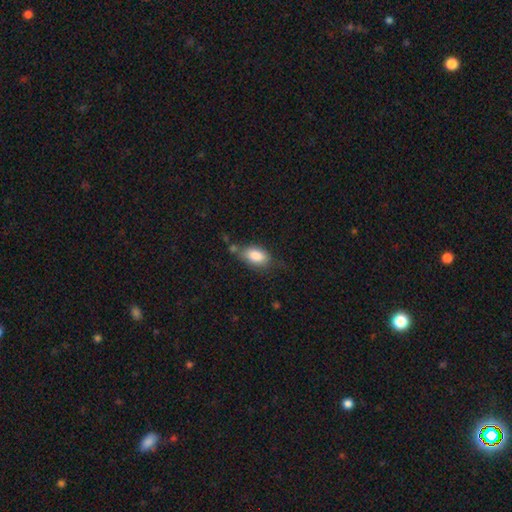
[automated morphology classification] Smooth or featured? Predicted: smooth (p=0.84). How rounded? Predicted: in between (p=0.89). Merging? Predicted: none (p=0.58).